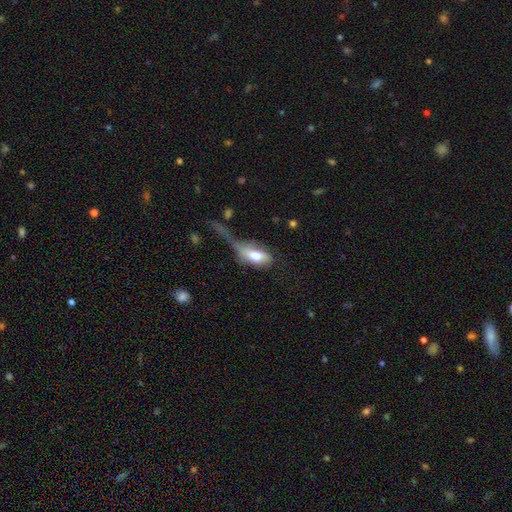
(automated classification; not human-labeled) Overall: smooth (64%; featured or disk 29%). How rounded: in between (83%). Merging: major disturbance (48%; minor disturbance 22%).